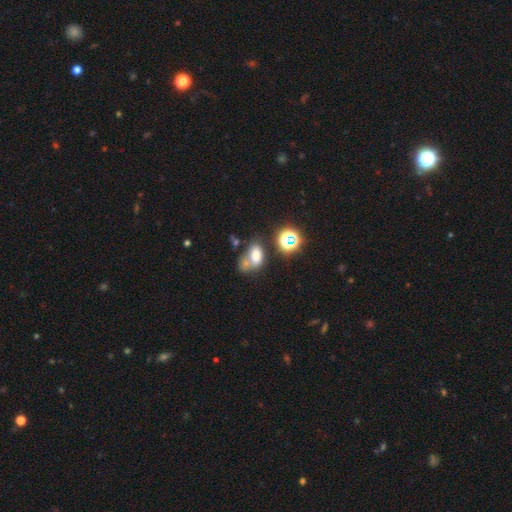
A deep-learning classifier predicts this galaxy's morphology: Smooth or featured: smooth — 67% (star or artifact — 18%)
How rounded: in between — 82% (round — 16%)
Merging: merger — 40% (none — 32%)